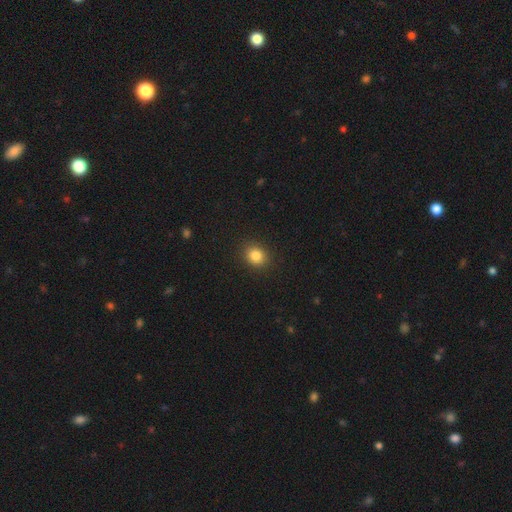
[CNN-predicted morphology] A smooth galaxy with no disk features (84%) that is round (68%).

Vote fractions:
- Smooth or featured? smooth: 84% / star or artifact: 11% / featured or disk: 5%
- How rounded? round: 68% / in between: 31% / cigar-shaped: 1%
- Merging? none: 90% / minor disturbance: 7% / major disturbance: 2% / merger: 1%